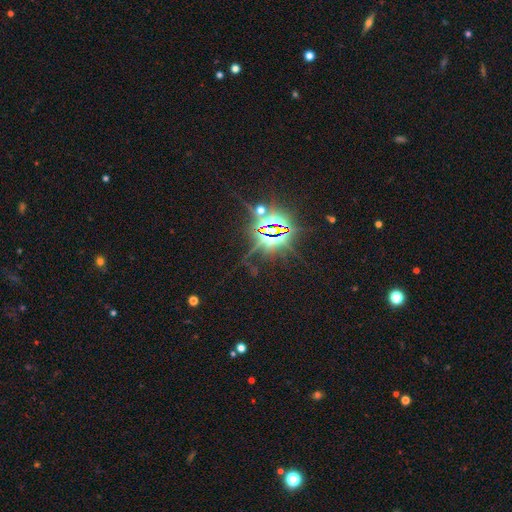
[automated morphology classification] A star or artifact, not a galaxy (86%).

Vote fractions:
- Smooth or featured? star or artifact: 86% / smooth: 8% / featured or disk: 6%